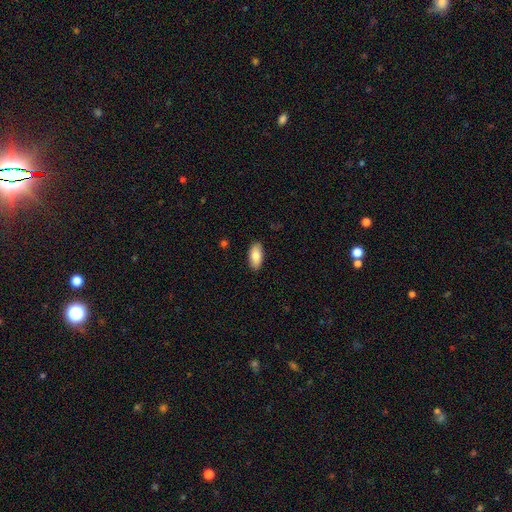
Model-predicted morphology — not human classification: Smooth or featured: smooth — 83% (featured or disk — 11%)
How rounded: in between — 91% (cigar-shaped — 7%)
Merging: none — 89% (minor disturbance — 8%)